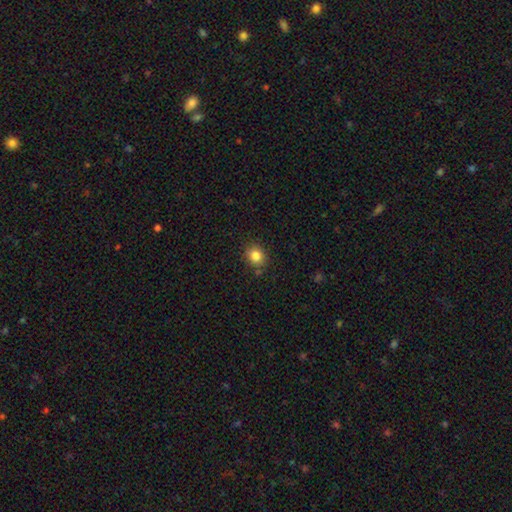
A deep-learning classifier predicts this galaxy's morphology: smooth_or_featured: smooth (p=0.84) [alt: star or artifact p=0.11]
how_rounded: round (p=0.78) [alt: in between p=0.22]
merging: none (p=0.82) [alt: minor disturbance p=0.11]